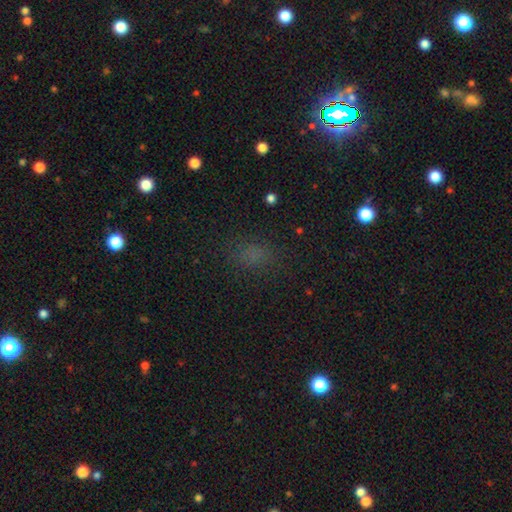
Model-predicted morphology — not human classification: smooth 54%, star or artifact 37%, featured or disk 9%. Down the decision tree: how rounded — in between (59%); merging — none (79%).